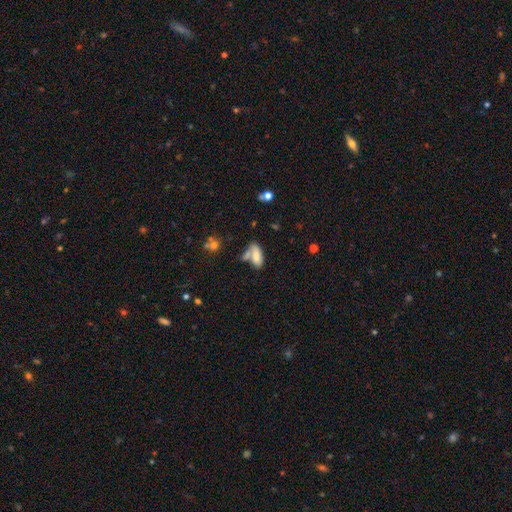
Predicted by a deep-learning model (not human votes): smooth-or-featured: smooth: 75% | featured or disk: 17% | star or artifact: 9%
  how-rounded: in between: 82% | cigar-shaped: 15% | round: 3%
  merging: none: 37% | merger: 34% | minor disturbance: 19% | major disturbance: 10%